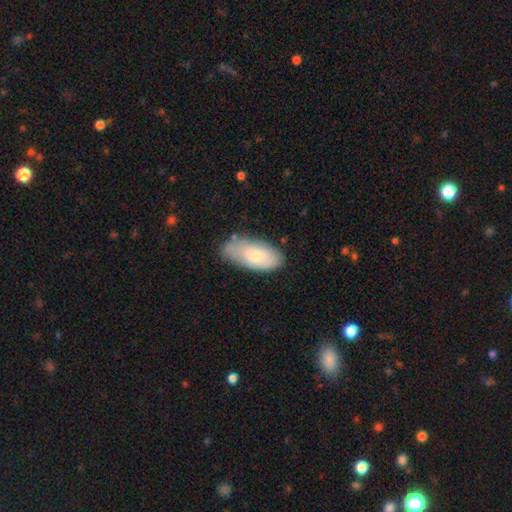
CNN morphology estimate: smooth-or-featured: smooth: 74% | featured or disk: 20% | star or artifact: 6%
  how-rounded: in between: 91% | cigar-shaped: 7% | round: 2%
  merging: none: 73% | minor disturbance: 21% | major disturbance: 4% | merger: 2%